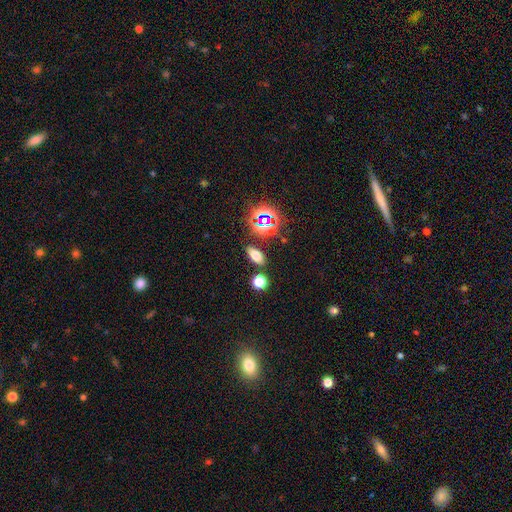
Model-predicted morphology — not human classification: A smooth galaxy with no disk features (64%) that is in between round and cigar-shaped (80%).

Vote fractions:
- Smooth or featured? smooth: 64% / star or artifact: 24% / featured or disk: 12%
- How rounded? in between: 80% / round: 10% / cigar-shaped: 10%
- Merging? none: 83% / minor disturbance: 9% / merger: 5% / major disturbance: 3%